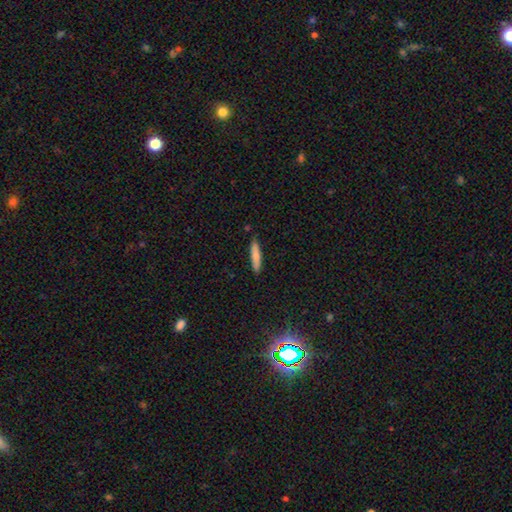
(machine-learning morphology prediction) This is likely a smooth galaxy (79%). How rounded: clearly cigar-shaped (88%). Merging: clearly none (88%).